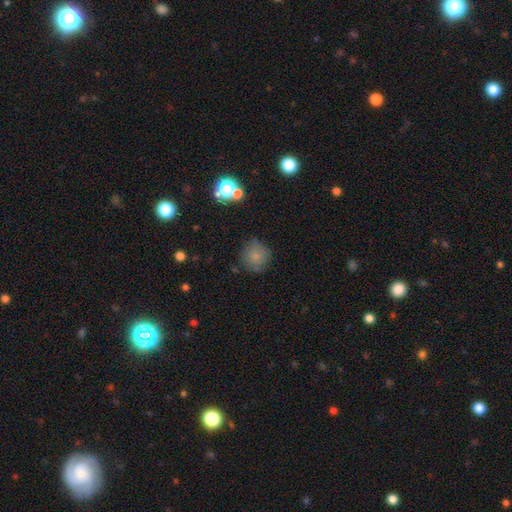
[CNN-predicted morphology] Overall: smooth (78%). How rounded: round (91%). Merging: none (74%).